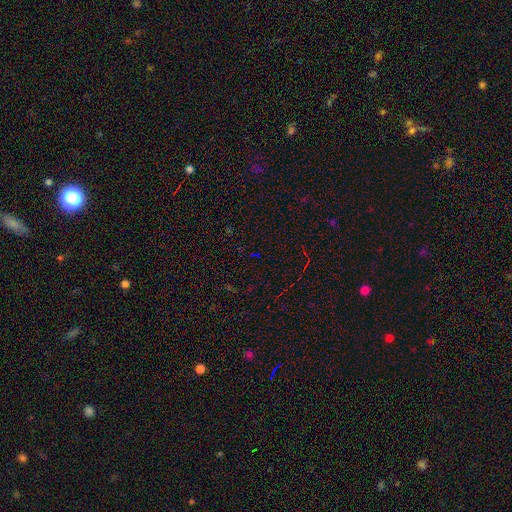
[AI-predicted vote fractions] smooth-or-featured: star or artifact: 75% | smooth: 17% | featured or disk: 8%